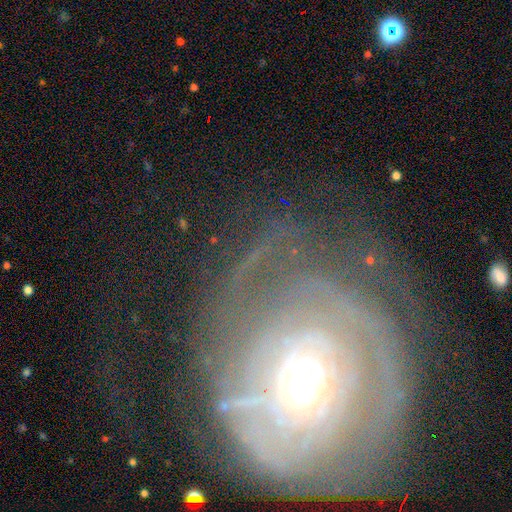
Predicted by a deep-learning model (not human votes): This is likely a featured or disk galaxy (77%). It is clearly not viewed edge-on (95%). Bar: likely no (78%). Spiral arm pattern: likely yes (79%). Spiral arm count: possibly can't tell (46%). Spiral winding: likely tight (73%). Central bulge: possibly moderate (59%). Merging: likely none (61%).